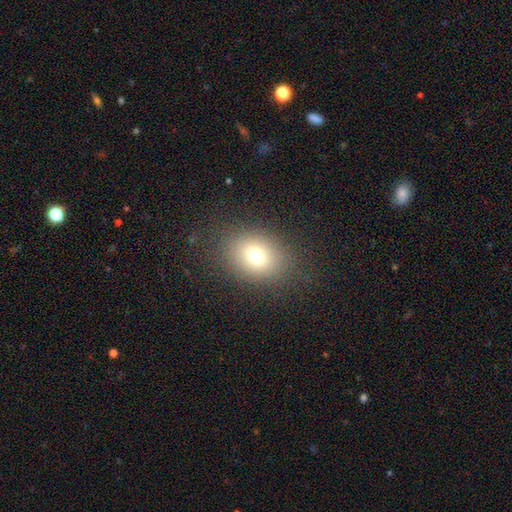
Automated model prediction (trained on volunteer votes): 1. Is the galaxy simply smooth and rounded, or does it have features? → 73% smooth, 14% star or artifact, 13% featured or disk.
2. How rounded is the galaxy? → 62% in between, 37% round, 1% cigar-shaped.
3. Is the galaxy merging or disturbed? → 84% none, 10% minor disturbance, 5% major disturbance, 1% merger.